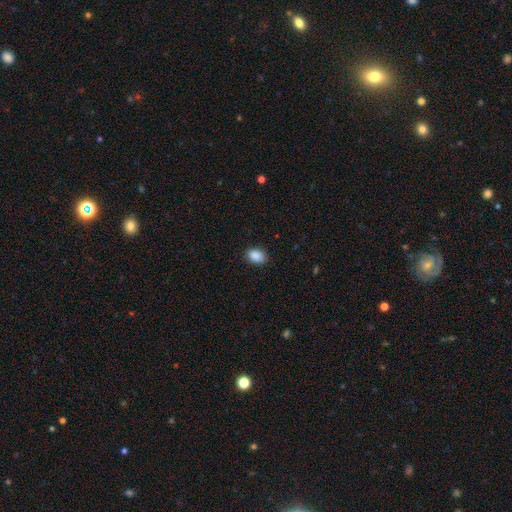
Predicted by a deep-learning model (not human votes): Smooth or featured?
  - smooth: 89% *
  - star or artifact: 8%
  - featured or disk: 3%
How rounded?
  - in between: 77% *
  - round: 22%
  - cigar-shaped: 1%
Merging?
  - none: 86% *
  - minor disturbance: 10%
  - major disturbance: 2%
  - merger: 1%